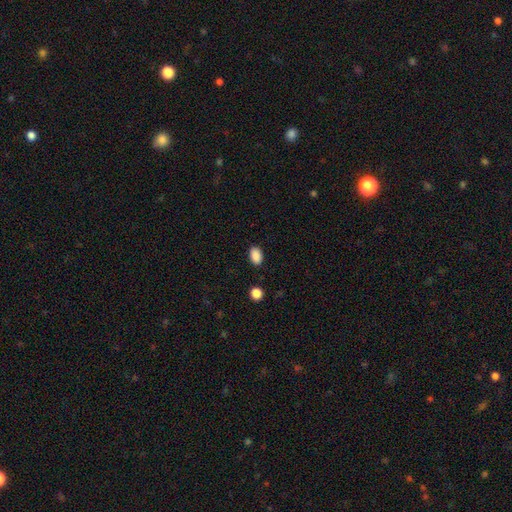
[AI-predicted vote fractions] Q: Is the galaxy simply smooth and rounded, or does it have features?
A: smooth — 89%.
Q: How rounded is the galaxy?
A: in between — 88%.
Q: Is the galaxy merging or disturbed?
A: none — 87%.